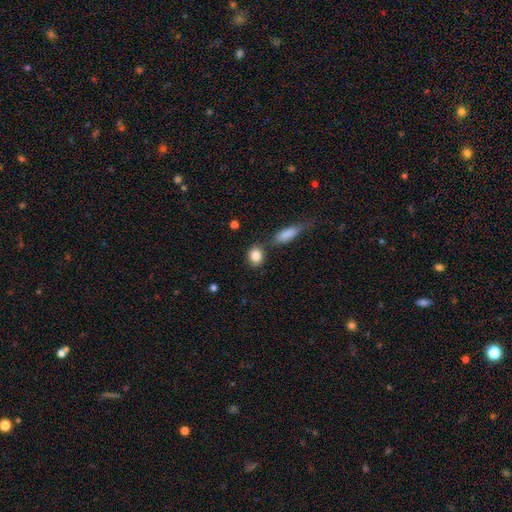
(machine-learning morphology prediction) This appears to be a smooth galaxy with no disk features (86%) that is round (52%). Merging: none (71%).